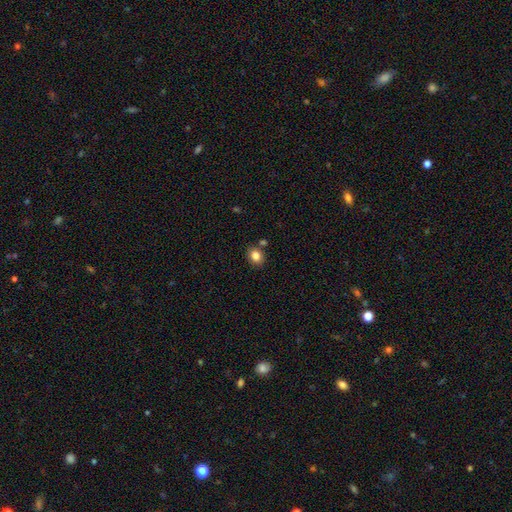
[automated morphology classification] Smooth or featured? smooth (83%)
How rounded? round (53%)
Merging? none (79%)